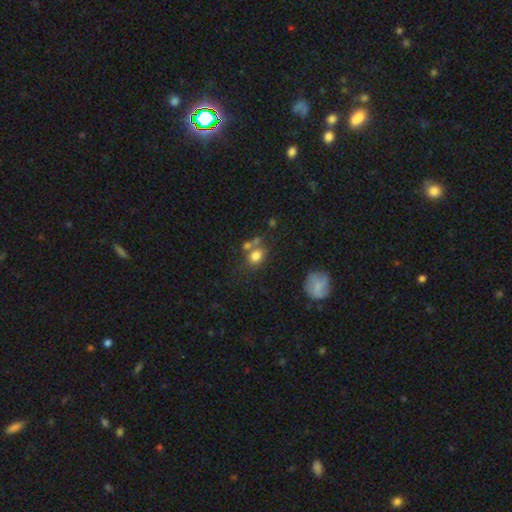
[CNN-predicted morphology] Q: Smooth or featured?
A: smooth (78%); runner-up: star or artifact (11%)
Q: How rounded?
A: in between (55%); runner-up: round (44%)
Q: Merging?
A: none (49%); runner-up: merger (28%)